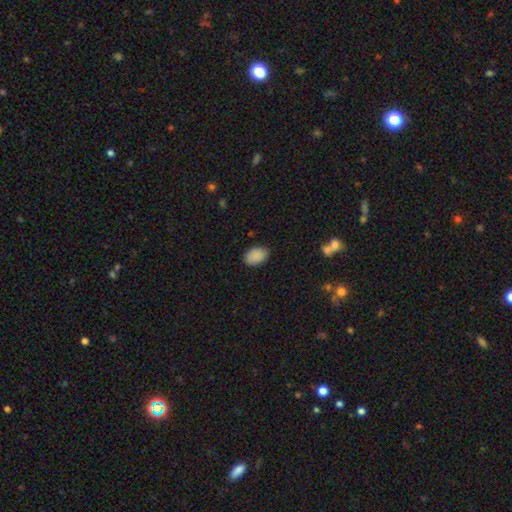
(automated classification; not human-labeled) Smooth or featured: smooth — 89% (star or artifact — 7%)
How rounded: in between — 87% (round — 12%)
Merging: none — 85% (minor disturbance — 12%)